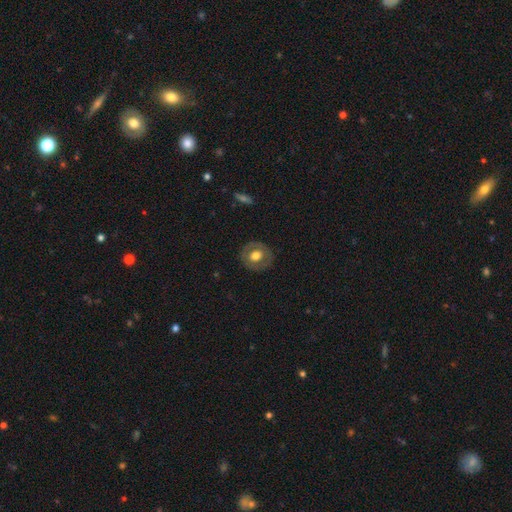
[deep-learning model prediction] Smooth or featured? Predicted: smooth (p=0.52). How rounded? Predicted: round (p=0.78). Merging? Predicted: none (p=0.85).